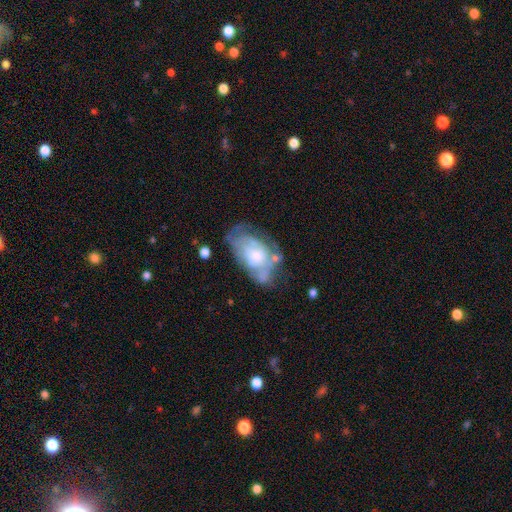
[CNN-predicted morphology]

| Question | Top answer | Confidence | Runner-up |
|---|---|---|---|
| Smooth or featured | featured or disk | 57% | smooth (36%) |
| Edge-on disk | no | 95% | yes (5%) |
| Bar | no | 81% | weak (16%) |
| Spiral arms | no | 51% | yes (49%) |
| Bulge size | moderate | 42% | small (38%) |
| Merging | none | 37% | minor disturbance (30%) |